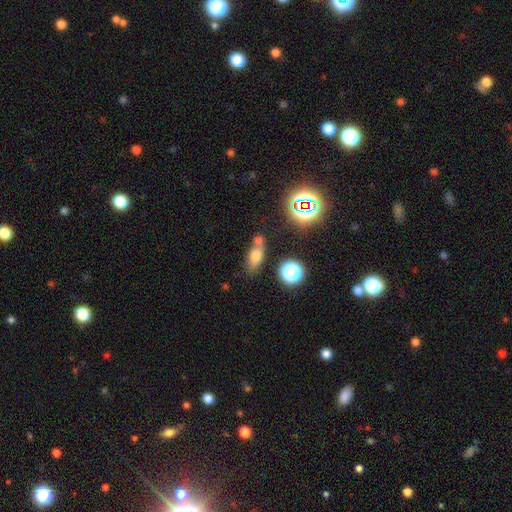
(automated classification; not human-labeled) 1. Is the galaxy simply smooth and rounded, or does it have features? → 68% smooth, 18% star or artifact, 14% featured or disk.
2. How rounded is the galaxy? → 69% in between, 16% round, 15% cigar-shaped.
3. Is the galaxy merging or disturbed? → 53% none, 26% merger, 15% minor disturbance, 6% major disturbance.